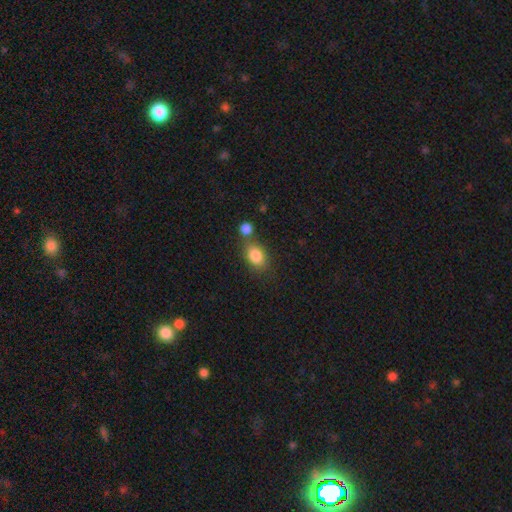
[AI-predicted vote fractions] Smooth or featured? Predicted: smooth (p=0.84). How rounded? Predicted: in between (p=0.73). Merging? Predicted: none (p=0.55).